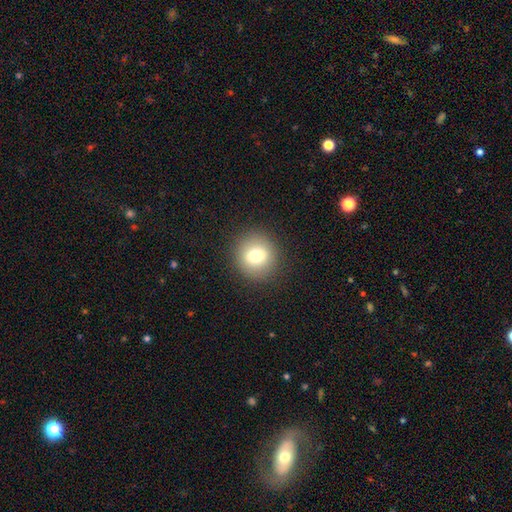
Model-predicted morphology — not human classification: Smooth or featured? Predicted: smooth (p=0.74). How rounded? Predicted: round (p=0.91). Merging? Predicted: none (p=0.89).